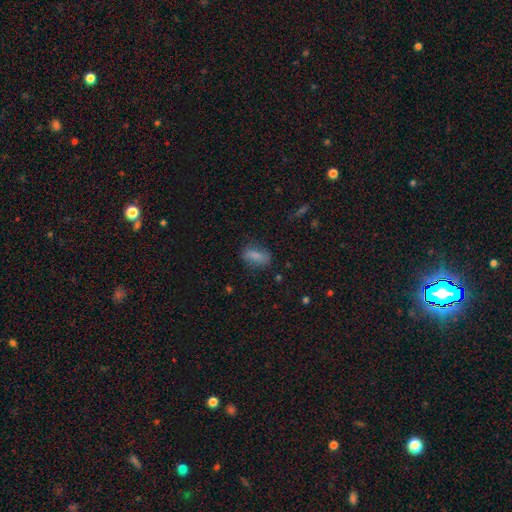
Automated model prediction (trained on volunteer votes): smooth_or_featured: smooth (p=0.78) [alt: featured or disk p=0.12]
how_rounded: in between (p=0.82) [alt: cigar-shaped p=0.11]
merging: none (p=0.70) [alt: minor disturbance p=0.20]